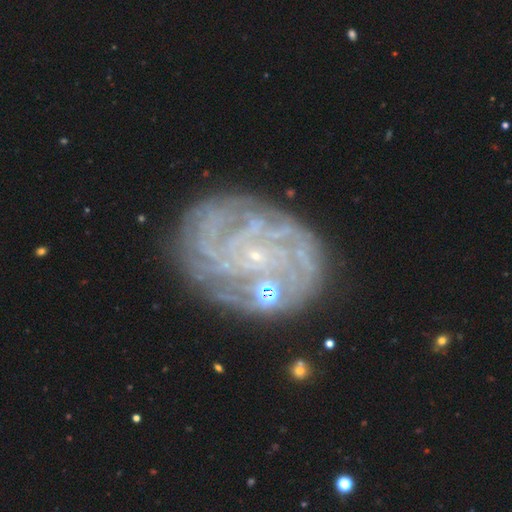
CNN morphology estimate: Q: Smooth or featured?
A: featured or disk (83%); runner-up: star or artifact (9%)
Q: Edge-on disk?
A: no (98%); runner-up: yes (2%)
Q: Bar?
A: no (74%); runner-up: weak (20%)
Q: Spiral arms?
A: yes (93%); runner-up: no (7%)
Q: Spiral winding?
A: tight (72%); runner-up: medium (22%)
Q: Spiral arm count?
A: can't tell (28%); runner-up: more than 4 (23%)
Q: Bulge size?
A: small (84%); runner-up: moderate (8%)
Q: Merging?
A: none (73%); runner-up: minor disturbance (16%)